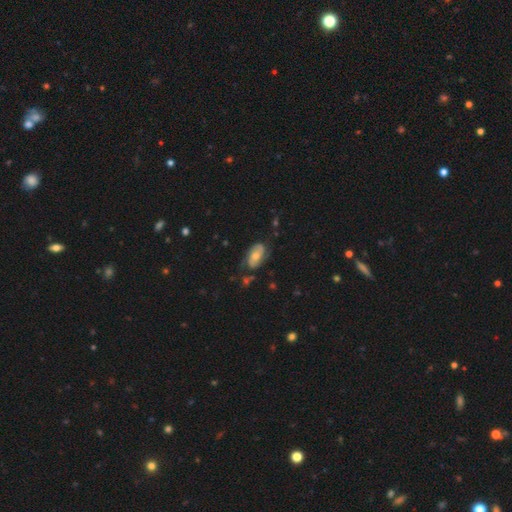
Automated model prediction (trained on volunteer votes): A featured or disk galaxy (61%) with no bar (63%), spiral arms (86%) and a moderate central bulge (59%). Merging: none (64%).